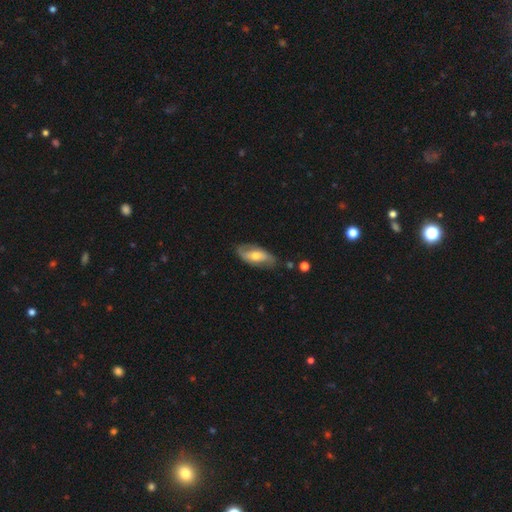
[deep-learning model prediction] This appears to be a featured or disk galaxy (54%). Merging: none (70%).